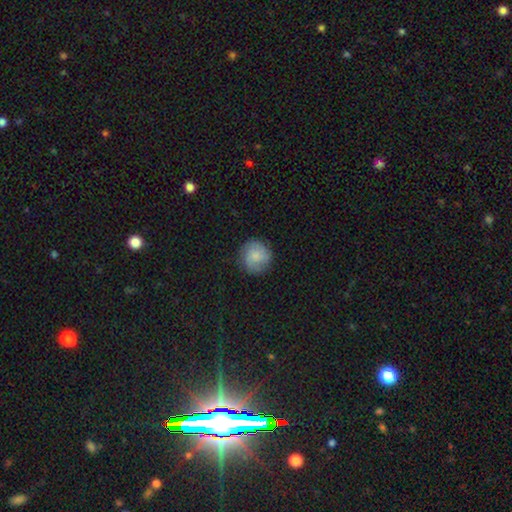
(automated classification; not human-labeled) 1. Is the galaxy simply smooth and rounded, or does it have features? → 77% smooth, 15% featured or disk, 7% star or artifact.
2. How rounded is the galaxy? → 91% round, 8% in between, 1% cigar-shaped.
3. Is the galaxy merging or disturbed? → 81% none, 14% minor disturbance, 4% major disturbance, 1% merger.